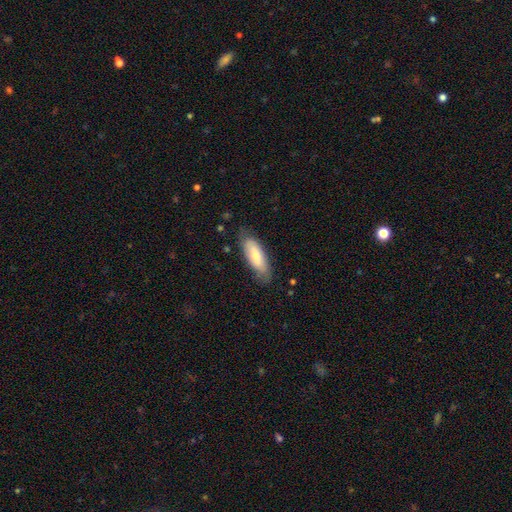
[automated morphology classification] Q: Smooth or featured?
A: smooth (67%); runner-up: featured or disk (27%)
Q: How rounded?
A: in between (69%); runner-up: cigar-shaped (29%)
Q: Merging?
A: none (74%); runner-up: minor disturbance (20%)